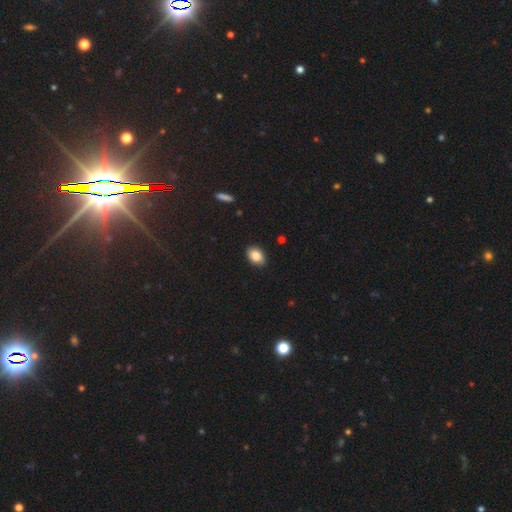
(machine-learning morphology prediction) Overall: smooth (86%). How rounded: in between (81%). Merging: none (88%).